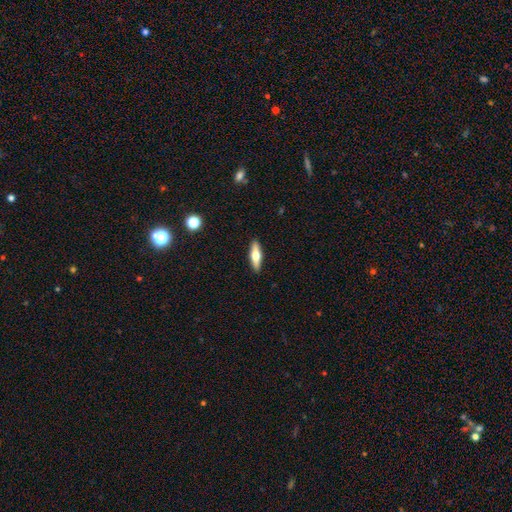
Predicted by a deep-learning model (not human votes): A smooth galaxy with no disk features (49%).

Vote fractions:
- Smooth or featured? smooth: 49% / featured or disk: 45% / star or artifact: 6%
- Merging? none: 90% / minor disturbance: 7% / major disturbance: 2% / merger: 1%